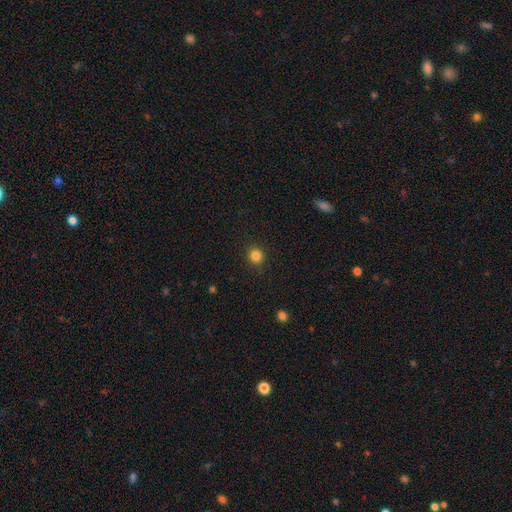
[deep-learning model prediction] Smooth or featured? Predicted: smooth (p=0.84). How rounded? Predicted: round (p=0.92). Merging? Predicted: none (p=0.91).